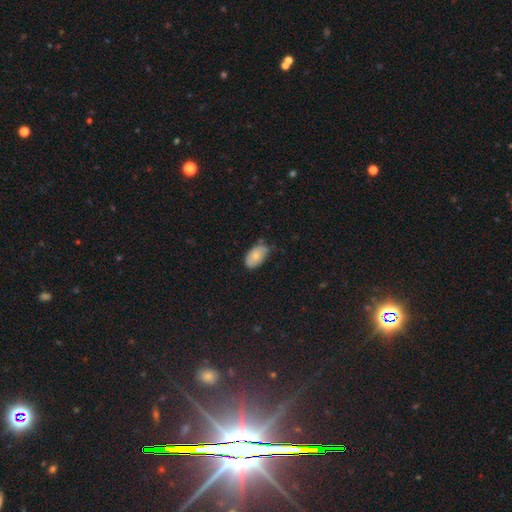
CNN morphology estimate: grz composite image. It shows a smooth galaxy with no disk features (75%) that is in between round and cigar-shaped (93%). Merging: none (59%).